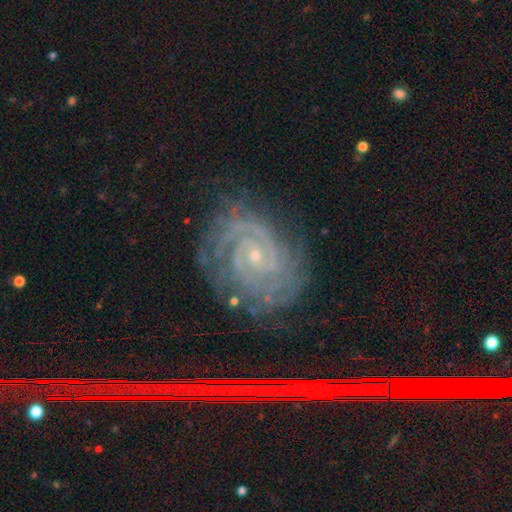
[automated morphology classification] Q: Smooth or featured?
A: featured or disk (87%); runner-up: star or artifact (9%)
Q: Edge-on disk?
A: no (97%); runner-up: yes (3%)
Q: Bar?
A: no (53%); runner-up: weak (34%)
Q: Spiral arms?
A: yes (98%); runner-up: no (2%)
Q: Spiral winding?
A: tight (75%); runner-up: medium (22%)
Q: Spiral arm count?
A: 2 (48%); runner-up: can't tell (15%)
Q: Bulge size?
A: small (80%); runner-up: moderate (15%)
Q: Merging?
A: none (77%); runner-up: minor disturbance (16%)